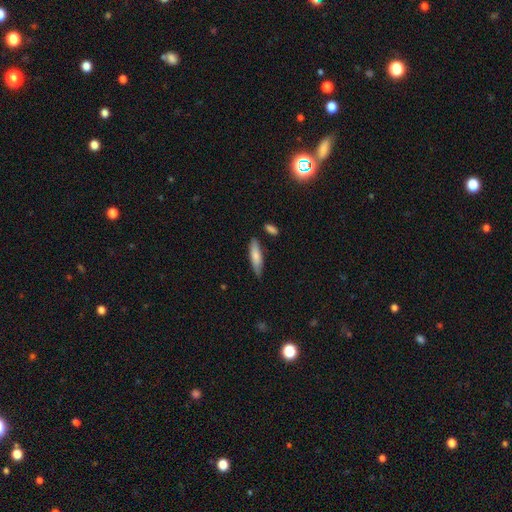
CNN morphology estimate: Smooth or featured: smooth — 76% (featured or disk — 18%)
How rounded: cigar-shaped — 65% (in between — 34%)
Merging: none — 76% (minor disturbance — 17%)